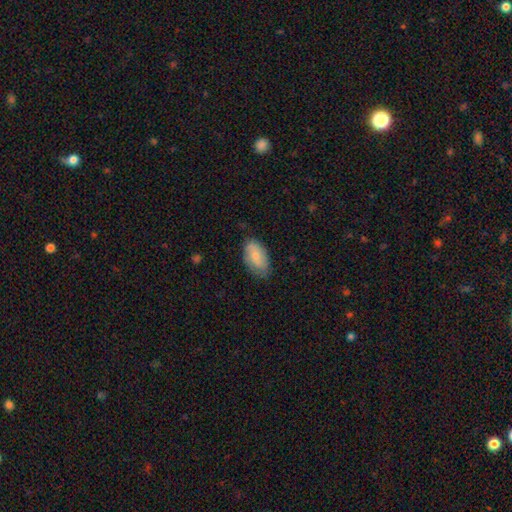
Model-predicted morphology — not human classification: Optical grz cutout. It shows a smooth galaxy with no disk features (69%) that is in between round and cigar-shaped (93%). Merging: none (70%).